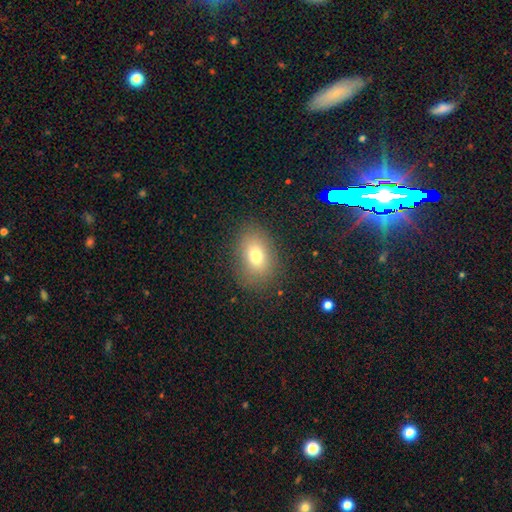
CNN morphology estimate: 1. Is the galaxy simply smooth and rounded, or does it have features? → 75% smooth, 12% featured or disk, 12% star or artifact.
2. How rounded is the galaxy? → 77% in between, 22% round, 1% cigar-shaped.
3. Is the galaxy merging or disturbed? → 84% none, 11% minor disturbance, 4% major disturbance, 1% merger.